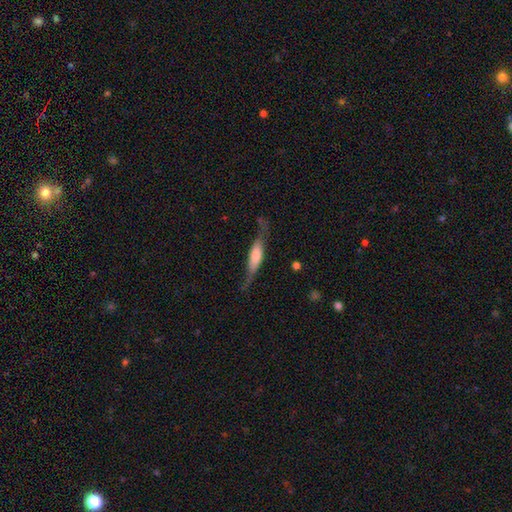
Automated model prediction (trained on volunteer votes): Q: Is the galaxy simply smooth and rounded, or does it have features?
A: featured or disk — 52%.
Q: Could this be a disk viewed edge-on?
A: yes — 81%.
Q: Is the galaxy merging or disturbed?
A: none — 64%.